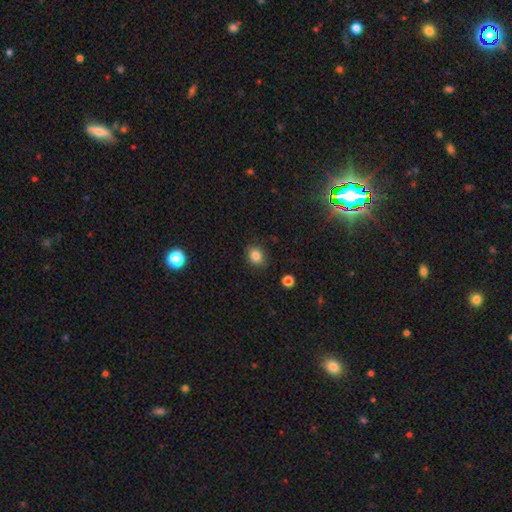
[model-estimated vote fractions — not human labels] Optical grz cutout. It shows a smooth galaxy with no disk features (84%) that is round (66%). Merging: none (84%).